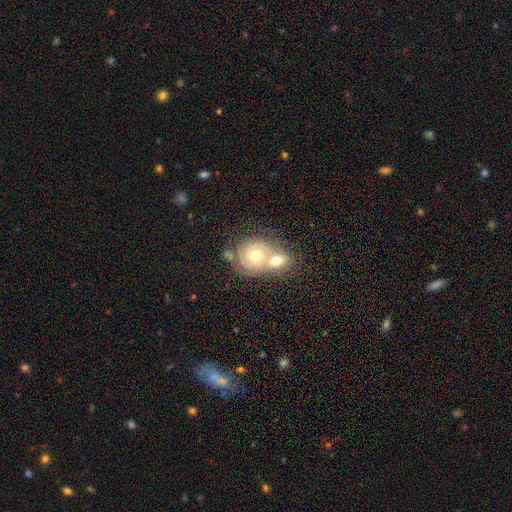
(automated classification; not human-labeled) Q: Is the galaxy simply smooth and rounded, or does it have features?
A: featured or disk — 55%.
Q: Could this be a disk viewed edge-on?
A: no — 97%.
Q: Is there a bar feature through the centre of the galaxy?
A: no — 86%.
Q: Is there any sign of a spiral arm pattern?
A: yes — 62%.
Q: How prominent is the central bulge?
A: moderate — 68%.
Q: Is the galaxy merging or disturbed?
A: merger — 58%.